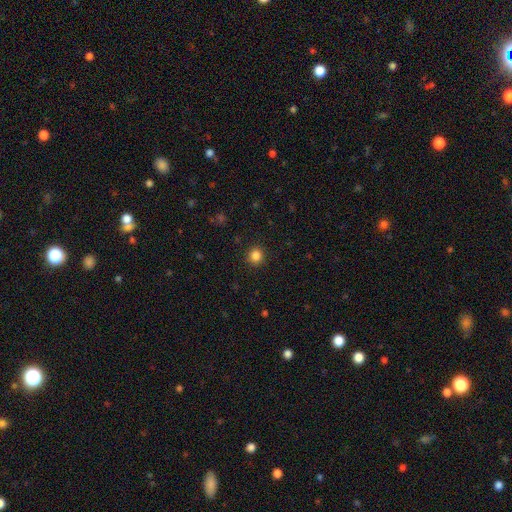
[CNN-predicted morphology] smooth 84%, star or artifact 12%, featured or disk 4%. Down the decision tree: how rounded — round (92%); merging — none (91%).